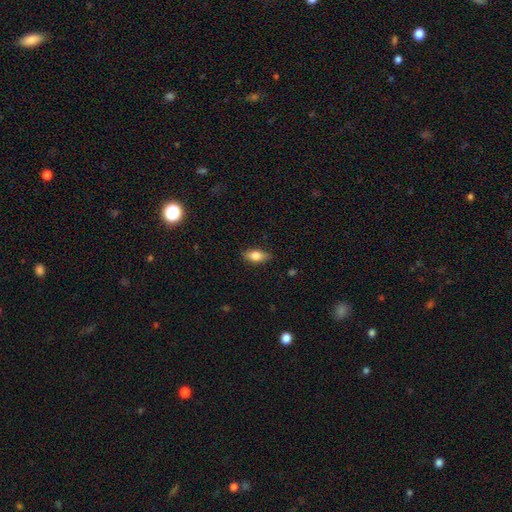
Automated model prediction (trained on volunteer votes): Smooth or featured? Predicted: smooth (p=0.77). How rounded? Predicted: in between (p=0.85). Merging? Predicted: none (p=0.82).